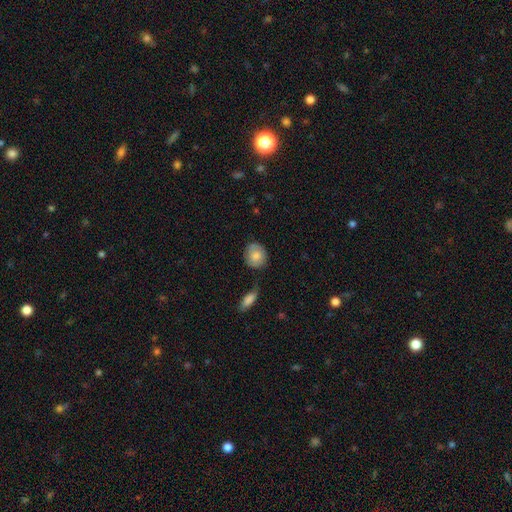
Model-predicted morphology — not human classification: Q: Smooth or featured?
A: smooth (80%); runner-up: featured or disk (14%)
Q: How rounded?
A: round (77%); runner-up: in between (22%)
Q: Merging?
A: none (71%); runner-up: minor disturbance (20%)